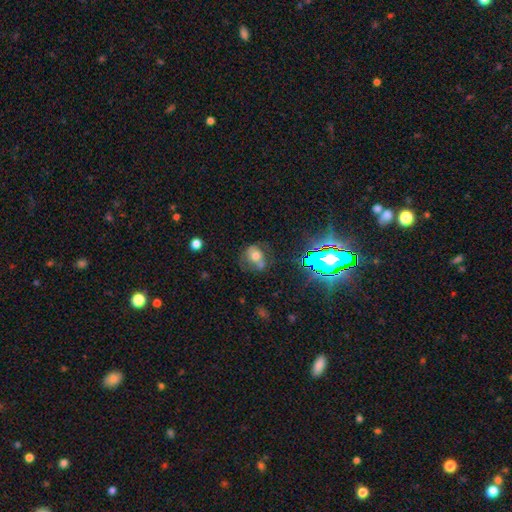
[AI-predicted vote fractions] smooth 52%, featured or disk 28%, star or artifact 20%. Down the decision tree: how rounded — round (56%); merging — none (45%).